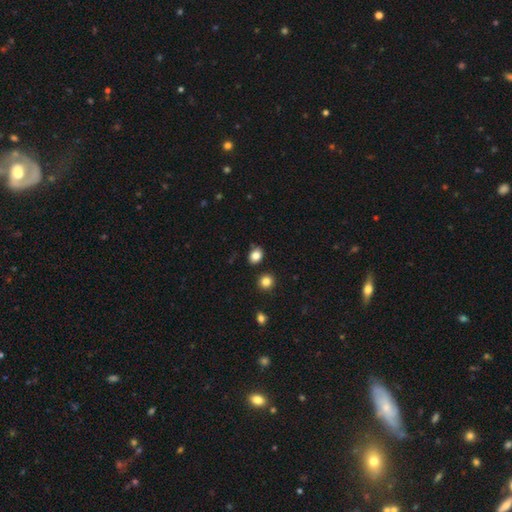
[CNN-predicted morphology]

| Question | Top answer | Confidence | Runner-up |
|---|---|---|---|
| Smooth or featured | smooth | 84% | star or artifact (11%) |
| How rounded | in between | 52% | round (47%) |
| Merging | none | 82% | minor disturbance (11%) |